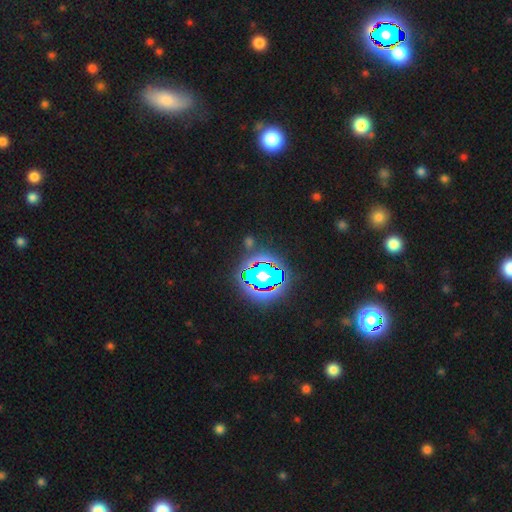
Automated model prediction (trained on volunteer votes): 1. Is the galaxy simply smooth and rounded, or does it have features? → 78% star or artifact, 14% smooth, 9% featured or disk.